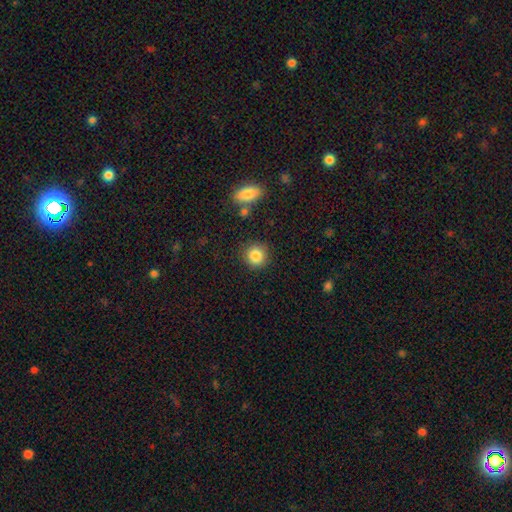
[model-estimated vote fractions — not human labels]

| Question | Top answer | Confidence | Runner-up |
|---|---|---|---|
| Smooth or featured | smooth | 86% | star or artifact (9%) |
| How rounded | round | 90% | in between (9%) |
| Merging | none | 87% | minor disturbance (8%) |